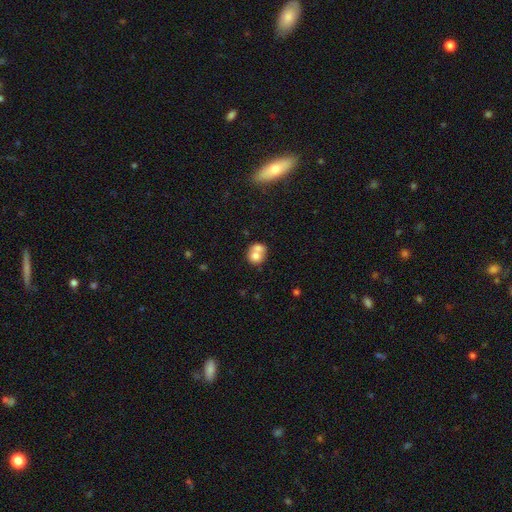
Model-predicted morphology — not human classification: Overall: smooth (70%). How rounded: round (69%; in between 30%). Merging: merger (61%; none 27%).